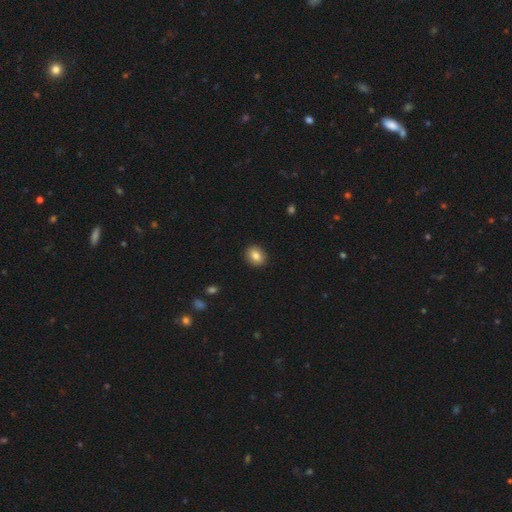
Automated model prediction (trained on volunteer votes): Smooth or featured? smooth (83%)
How rounded? round (52%)
Merging? none (91%)